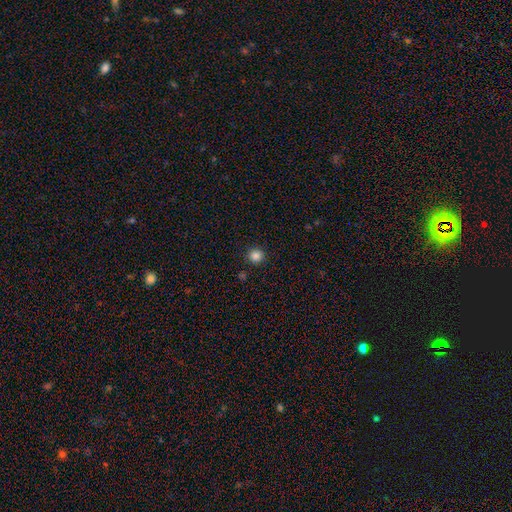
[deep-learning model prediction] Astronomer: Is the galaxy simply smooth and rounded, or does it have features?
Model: smooth — 85%.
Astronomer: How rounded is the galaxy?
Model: round — 94%.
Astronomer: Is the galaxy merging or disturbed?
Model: none — 91%.